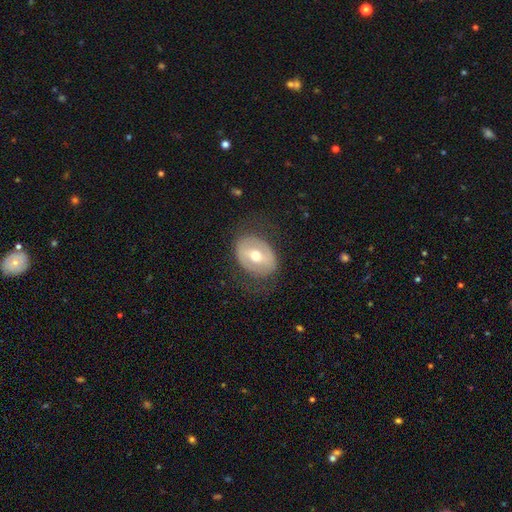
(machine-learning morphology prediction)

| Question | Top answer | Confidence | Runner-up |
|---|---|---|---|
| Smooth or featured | featured or disk | 54% | smooth (40%) |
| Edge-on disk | no | 93% | yes (7%) |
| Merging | none | 72% | minor disturbance (16%) |